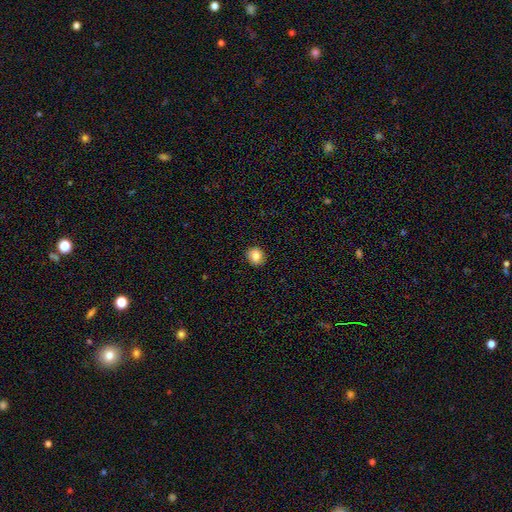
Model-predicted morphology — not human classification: This appears to be a smooth galaxy with no disk features (85%) that is round (79%). Merging: none (90%).